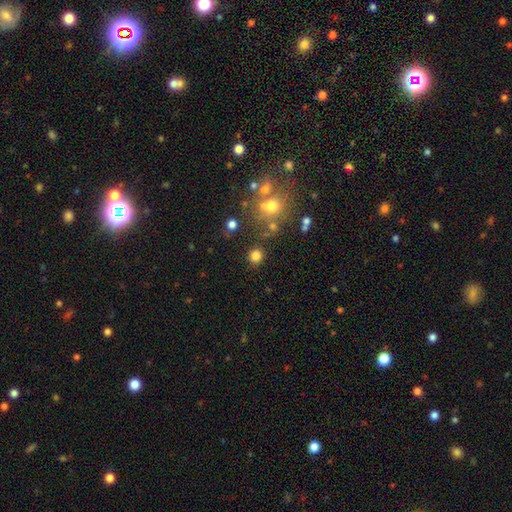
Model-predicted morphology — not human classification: Smooth or featured? Predicted: smooth (p=0.79). How rounded? Predicted: round (p=0.91). Merging? Predicted: none (p=0.85).